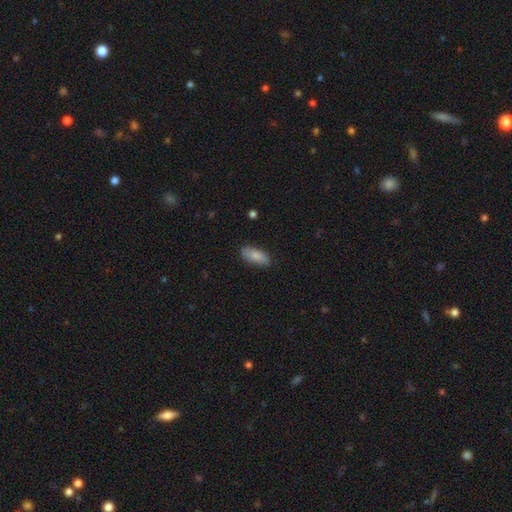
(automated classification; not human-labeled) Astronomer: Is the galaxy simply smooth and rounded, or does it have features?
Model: smooth — 81%.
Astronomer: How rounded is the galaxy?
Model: in between — 84%.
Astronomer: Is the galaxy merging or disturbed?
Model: none — 82%.